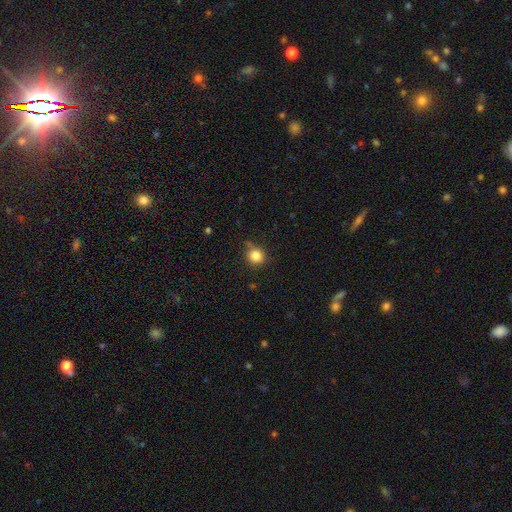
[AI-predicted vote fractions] Morphology: type=smooth (83%); roundness=round (87%); merging=none (73%).